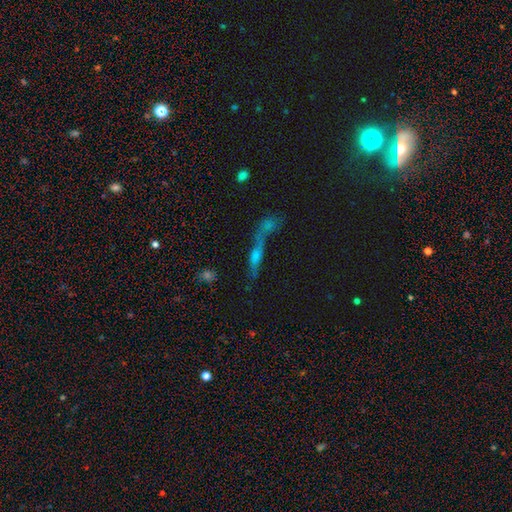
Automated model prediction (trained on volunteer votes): The model was most divided on "merging": merger: 43%, none: 37%, minor disturbance: 11%, major disturbance: 10%. Remaining: smooth or featured — featured or disk (47%).